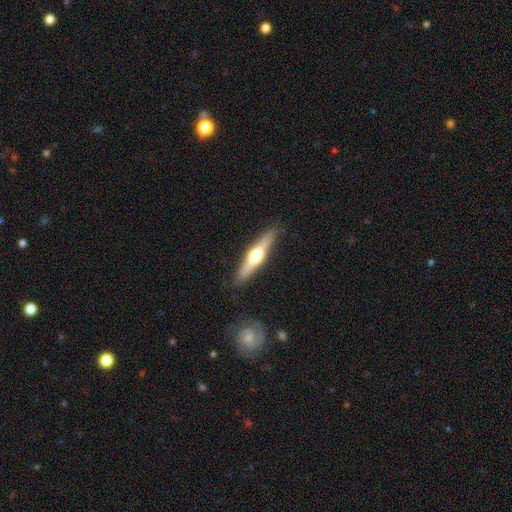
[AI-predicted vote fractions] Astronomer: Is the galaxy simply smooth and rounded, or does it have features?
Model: featured or disk — 60%.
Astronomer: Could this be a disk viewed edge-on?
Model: yes — 95%.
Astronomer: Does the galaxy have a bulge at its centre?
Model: rounded — 94%.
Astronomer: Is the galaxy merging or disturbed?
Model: none — 89%.